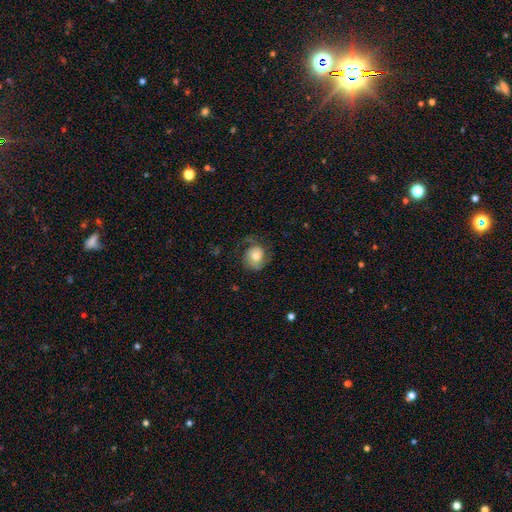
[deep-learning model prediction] Q: Smooth or featured?
A: smooth (49%); runner-up: featured or disk (43%)
Q: Merging?
A: none (56%); runner-up: major disturbance (21%)